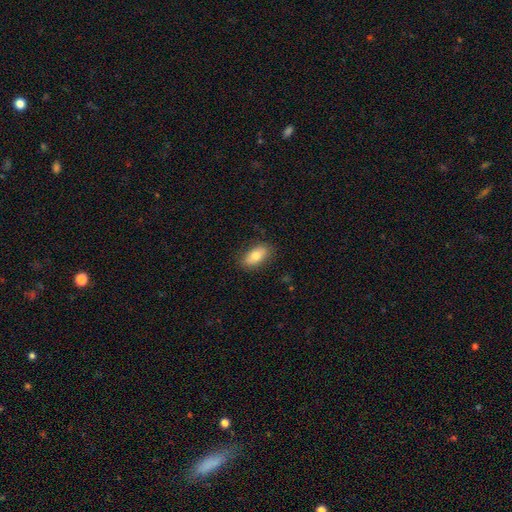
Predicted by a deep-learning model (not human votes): smooth-or-featured: smooth: 75% | featured or disk: 18% | star or artifact: 7%
  how-rounded: in between: 88% | cigar-shaped: 7% | round: 5%
  merging: none: 83% | minor disturbance: 13% | major disturbance: 3% | merger: 1%